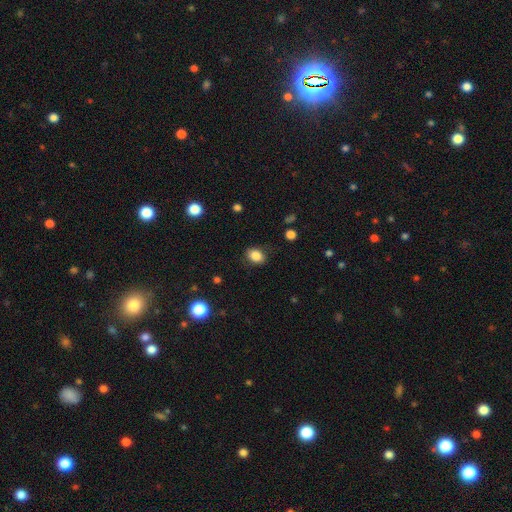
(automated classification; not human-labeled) smooth 85%, star or artifact 9%, featured or disk 5%. Down the decision tree: how rounded — in between (62%); merging — none (83%).